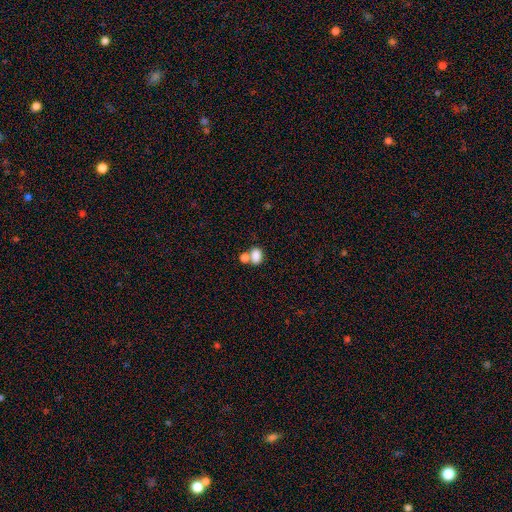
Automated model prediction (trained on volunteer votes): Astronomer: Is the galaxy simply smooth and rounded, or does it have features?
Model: smooth — 83%.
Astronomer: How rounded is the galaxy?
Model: in between — 79%.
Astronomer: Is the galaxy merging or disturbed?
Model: merger — 49% (runner-up: none, 37%).